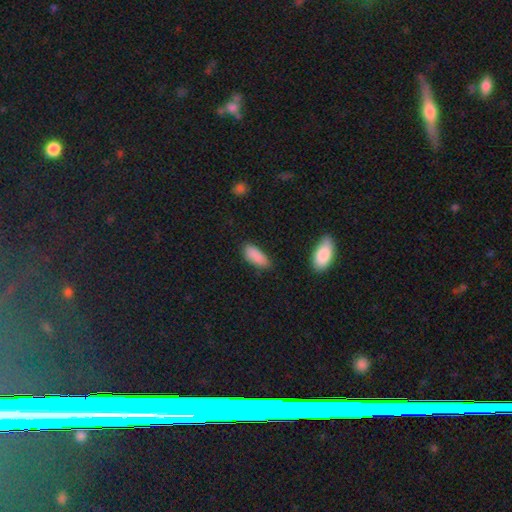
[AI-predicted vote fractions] This appears to be a smooth galaxy with no disk features (88%) that is in between round and cigar-shaped (77%). Merging: none (74%).